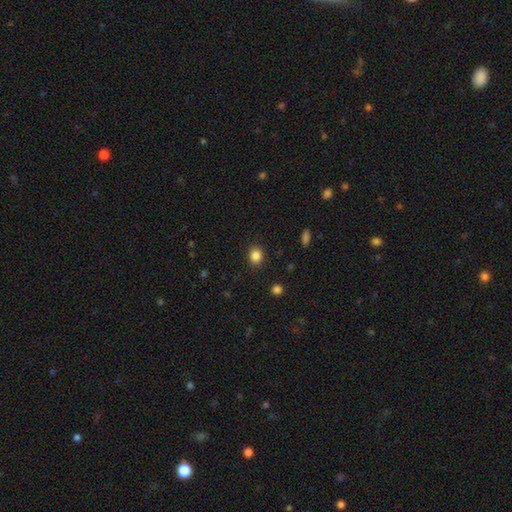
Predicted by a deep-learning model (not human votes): Smooth or featured: smooth — 85% (star or artifact — 11%)
How rounded: round — 64% (in between — 35%)
Merging: none — 89% (minor disturbance — 8%)